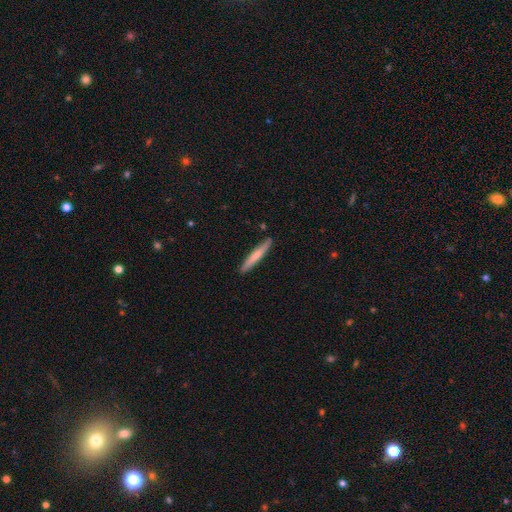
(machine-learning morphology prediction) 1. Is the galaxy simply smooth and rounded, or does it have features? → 69% smooth, 26% featured or disk, 5% star or artifact.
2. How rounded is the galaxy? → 95% cigar-shaped, 4% in between, 1% round.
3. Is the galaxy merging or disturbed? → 88% none, 9% minor disturbance, 2% merger, 2% major disturbance.